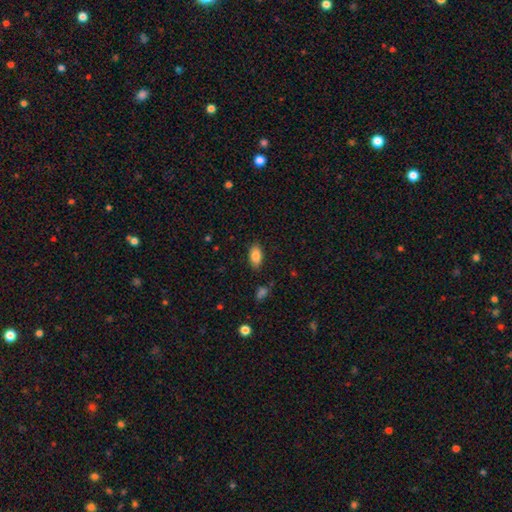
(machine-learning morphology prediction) The model was most divided on "merging": none: 85%, minor disturbance: 11%, major disturbance: 3%, merger: 2%. More confident: how rounded — in between (91%); smooth or featured — smooth (84%).